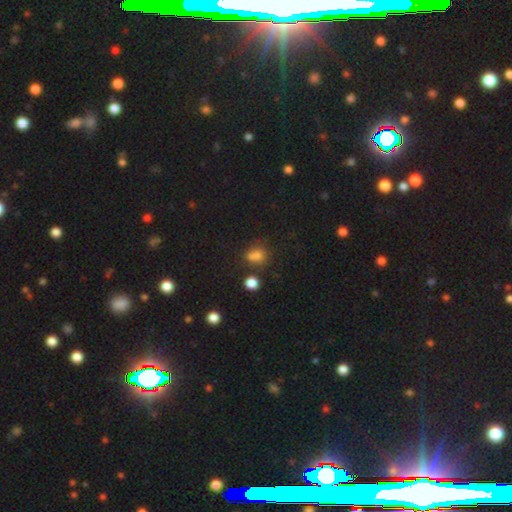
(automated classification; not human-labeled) smooth 72%, star or artifact 20%, featured or disk 9%. Down the decision tree: how rounded — round (54%); merging — none (53%).